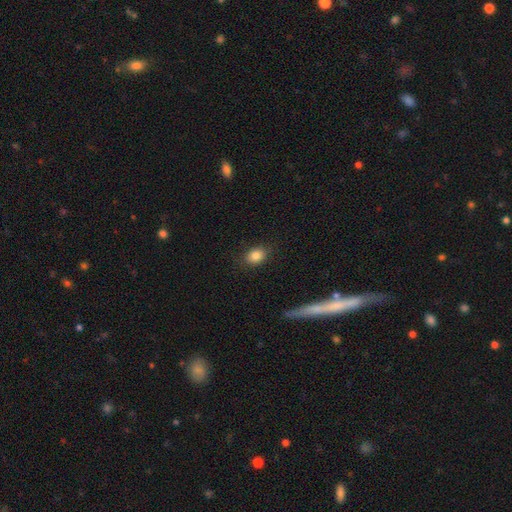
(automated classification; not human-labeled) Overall: smooth (84%). How rounded: in between (60%; round 38%). Merging: none (83%).